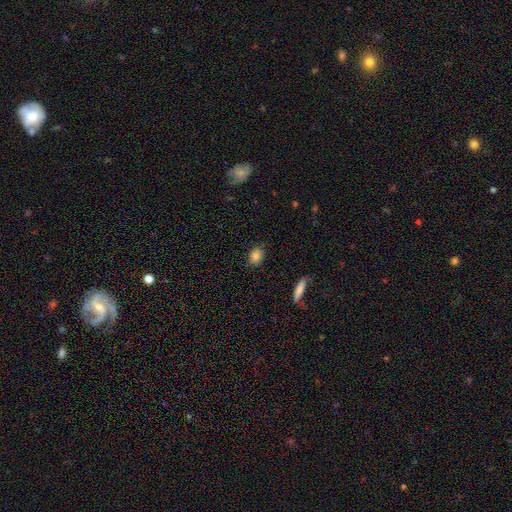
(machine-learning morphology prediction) Overall: smooth (83%). How rounded: in between (63%; round 34%). Merging: none (80%).